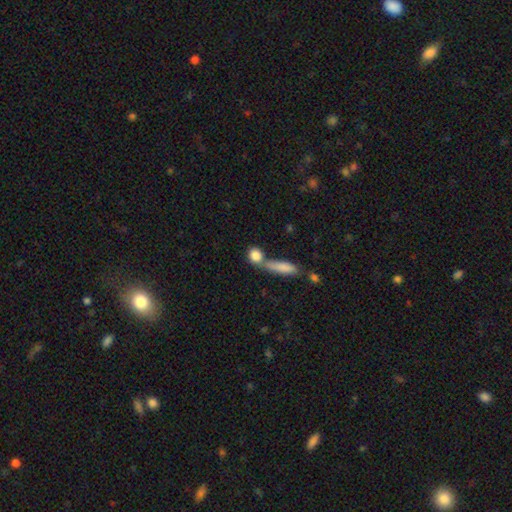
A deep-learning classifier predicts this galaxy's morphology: A smooth galaxy with no disk features (83%) that is round (62%).

Vote fractions:
- Smooth or featured? smooth: 83% / featured or disk: 9% / star or artifact: 8%
- How rounded? round: 62% / in between: 27% / cigar-shaped: 12%
- Merging? none: 49% / merger: 35% / minor disturbance: 10% / major disturbance: 5%